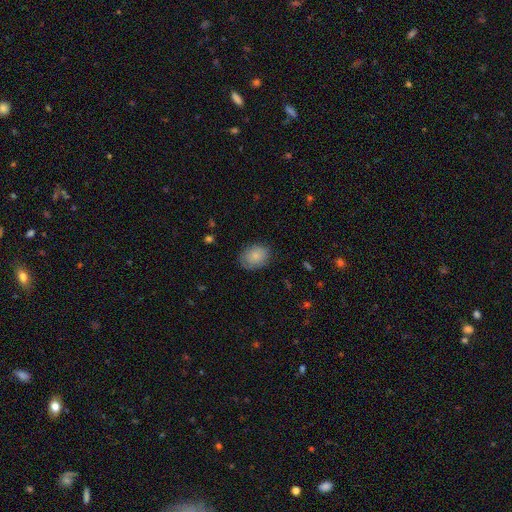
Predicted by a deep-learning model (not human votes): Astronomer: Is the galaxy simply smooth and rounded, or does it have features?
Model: smooth — 81%.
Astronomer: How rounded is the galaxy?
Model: in between — 63%.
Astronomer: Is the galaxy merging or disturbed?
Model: none — 78%.